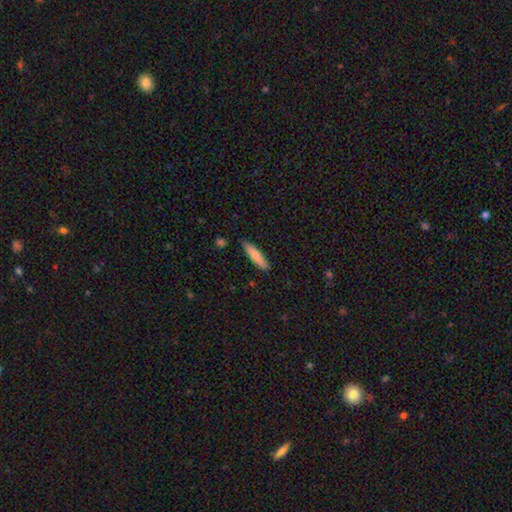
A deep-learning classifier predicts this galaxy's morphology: Q: Smooth or featured?
A: smooth (79%); runner-up: featured or disk (15%)
Q: How rounded?
A: cigar-shaped (79%); runner-up: in between (20%)
Q: Merging?
A: none (86%); runner-up: minor disturbance (11%)